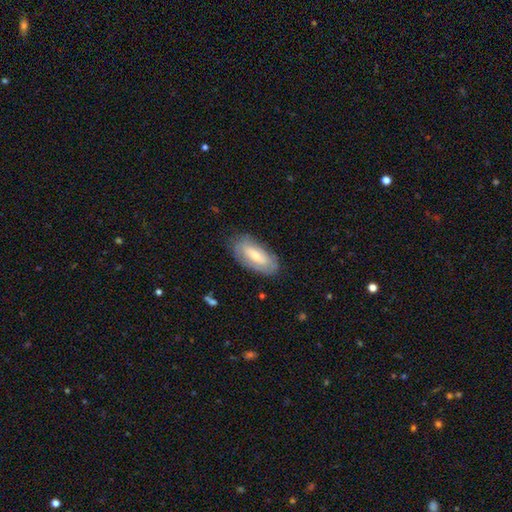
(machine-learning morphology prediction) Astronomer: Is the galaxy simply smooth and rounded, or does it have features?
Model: smooth — 49% (runner-up: featured or disk, 45%).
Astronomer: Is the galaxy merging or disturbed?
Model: none — 75%.